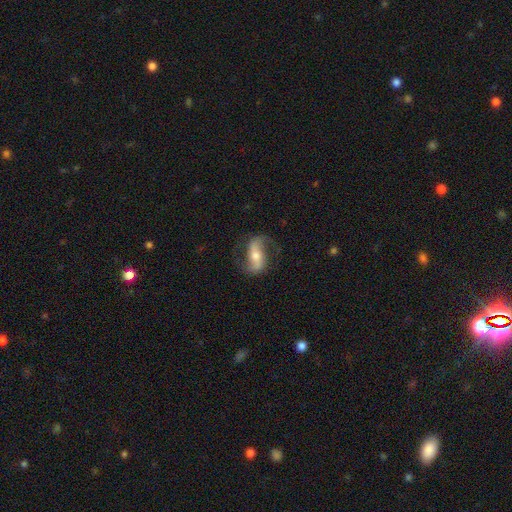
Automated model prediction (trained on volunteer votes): featured or disk 76%, smooth 18%, star or artifact 6%. Down the decision tree: edge-on disk — no (93%); bar — strong (42%); spiral arms — yes (92%); spiral arm count — 2 (90%); spiral winding — loose (59%); bulge size — moderate (59%); merging — none (72%).